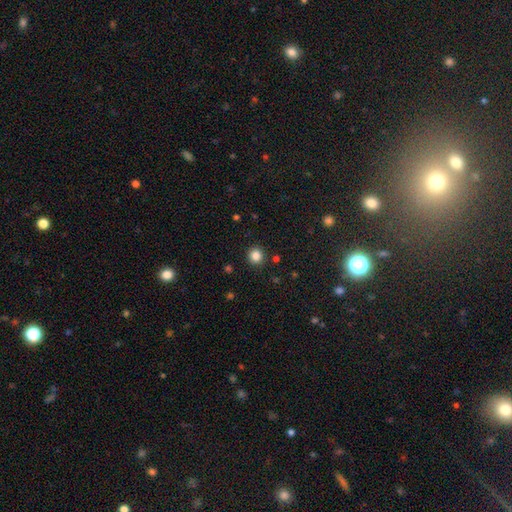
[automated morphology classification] type=smooth (85%); roundness=round (92%); merging=none (91%).